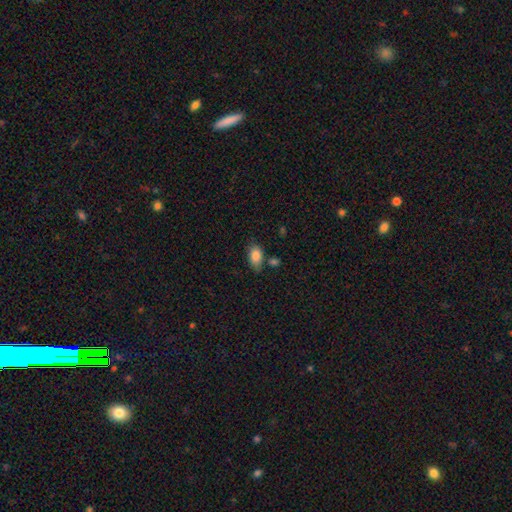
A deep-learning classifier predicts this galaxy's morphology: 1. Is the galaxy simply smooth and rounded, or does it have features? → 84% smooth, 8% star or artifact, 8% featured or disk.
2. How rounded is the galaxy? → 88% in between, 9% round, 2% cigar-shaped.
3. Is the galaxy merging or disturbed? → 65% none, 22% minor disturbance, 9% merger, 5% major disturbance.